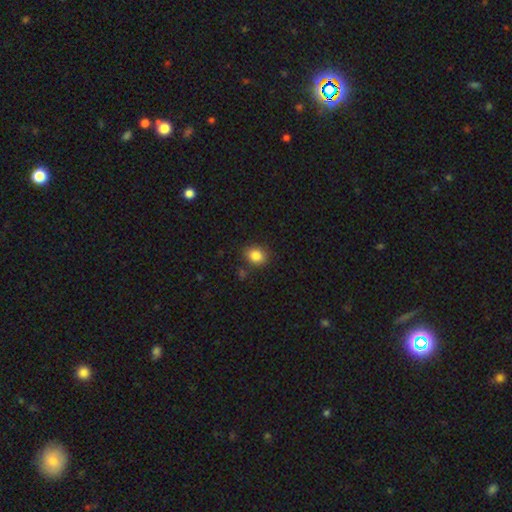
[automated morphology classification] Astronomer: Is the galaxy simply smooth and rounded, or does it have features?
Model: smooth — 85%.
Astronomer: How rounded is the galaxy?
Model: round — 53% (runner-up: in between, 46%).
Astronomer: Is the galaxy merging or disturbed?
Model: none — 83%.